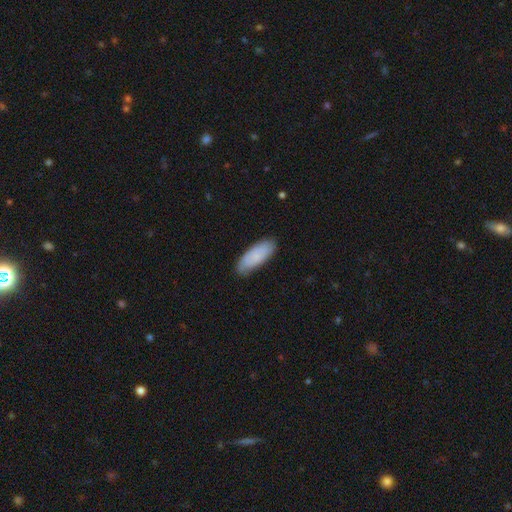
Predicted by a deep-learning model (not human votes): Smooth or featured?
  - smooth: 73% *
  - featured or disk: 20%
  - star or artifact: 6%
How rounded?
  - in between: 74% *
  - cigar-shaped: 24%
  - round: 2%
Merging?
  - none: 80% *
  - minor disturbance: 17%
  - major disturbance: 3%
  - merger: 1%